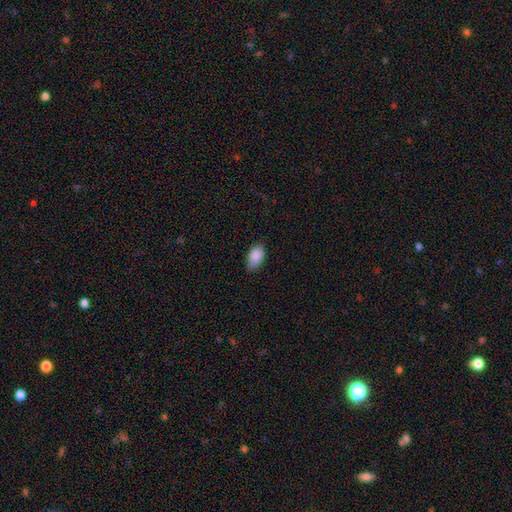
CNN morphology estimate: Overall: smooth (88%). How rounded: in between (93%). Merging: none (72%).